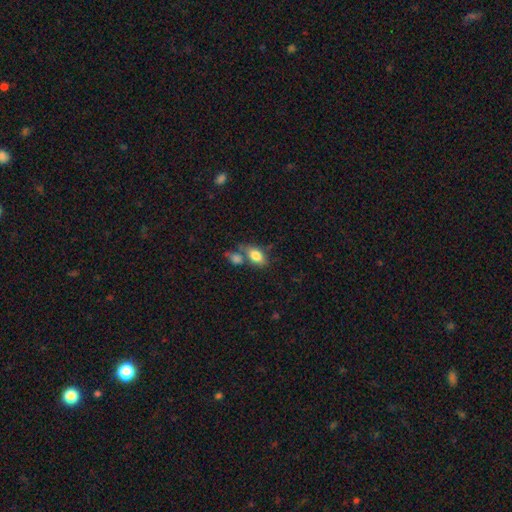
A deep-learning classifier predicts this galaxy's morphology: Overall: smooth (80%). How rounded: in between (87%). Merging: none (45%; merger 34%).